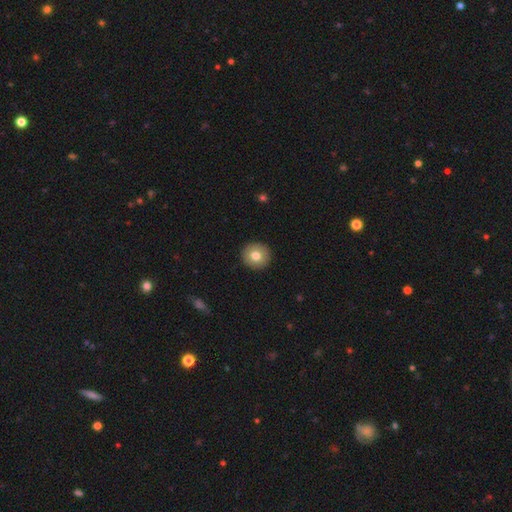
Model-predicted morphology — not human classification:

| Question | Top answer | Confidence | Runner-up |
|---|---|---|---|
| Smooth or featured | smooth | 77% | featured or disk (15%) |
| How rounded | round | 93% | in between (6%) |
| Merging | none | 93% | minor disturbance (5%) |